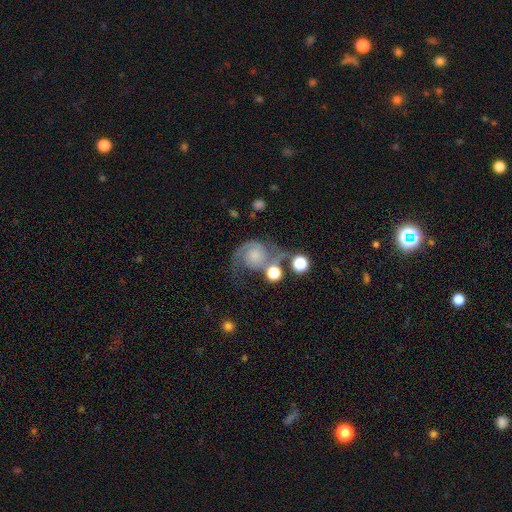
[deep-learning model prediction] The model was most divided on "spiral winding": medium: 46%, loose: 31%, tight: 23%. Remaining: edge-on disk — no (98%); spiral arms — yes (94%); spiral arm count — 2 (81%); bar — no (74%); smooth or featured — featured or disk (74%); bulge size — small (43%); merging — none (43%).